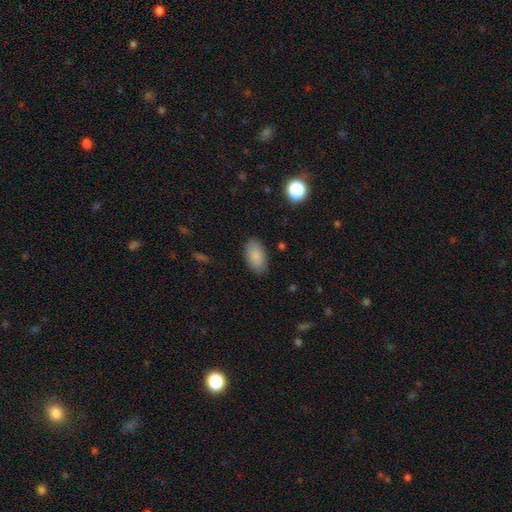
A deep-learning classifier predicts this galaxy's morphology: smooth_or_featured: smooth (p=0.88) [alt: star or artifact p=0.07]
how_rounded: in between (p=0.94) [alt: round p=0.04]
merging: none (p=0.86) [alt: minor disturbance p=0.10]